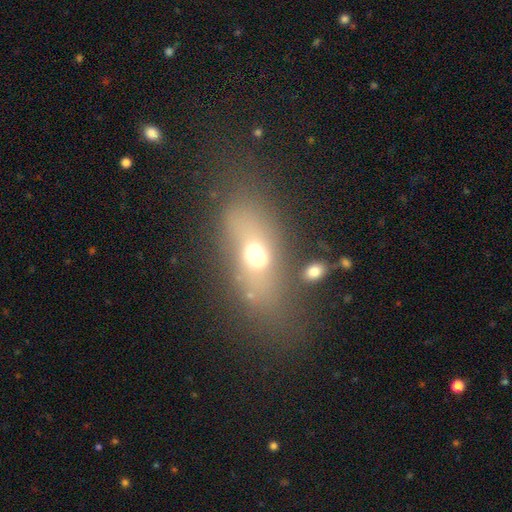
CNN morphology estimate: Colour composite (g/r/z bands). It shows a smooth galaxy with no disk features (56%) that is in between round and cigar-shaped (72%). Merging: none (57%).